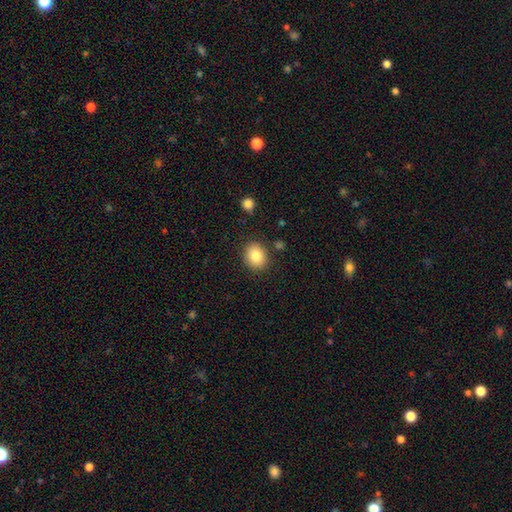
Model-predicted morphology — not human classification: Smooth or featured: smooth — 84% (star or artifact — 9%)
How rounded: round — 61% (in between — 38%)
Merging: none — 86% (minor disturbance — 9%)